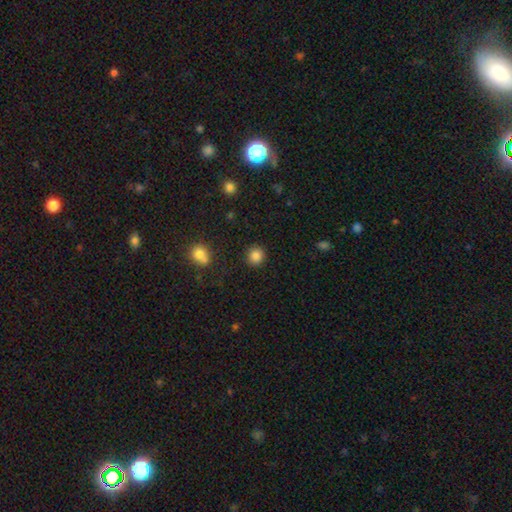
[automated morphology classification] This is clearly a smooth galaxy (85%). How rounded: clearly round (90%). Merging: clearly none (90%).